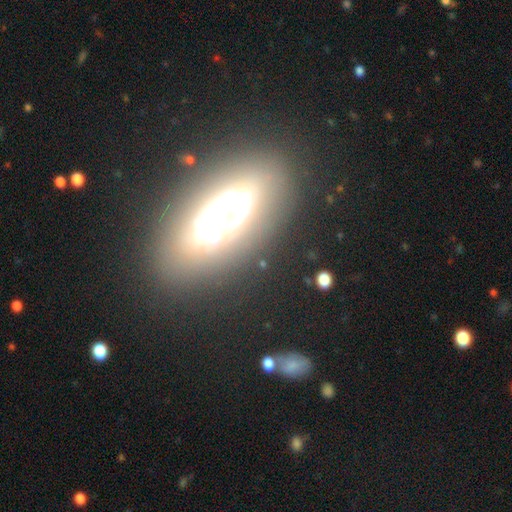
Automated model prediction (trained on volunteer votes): Smooth or featured?
  - featured or disk: 56% *
  - smooth: 28%
  - star or artifact: 16%
Edge-on disk?
  - no: 59% *
  - yes: 41%
Merging?
  - none: 82% *
  - minor disturbance: 11%
  - major disturbance: 5%
  - merger: 2%